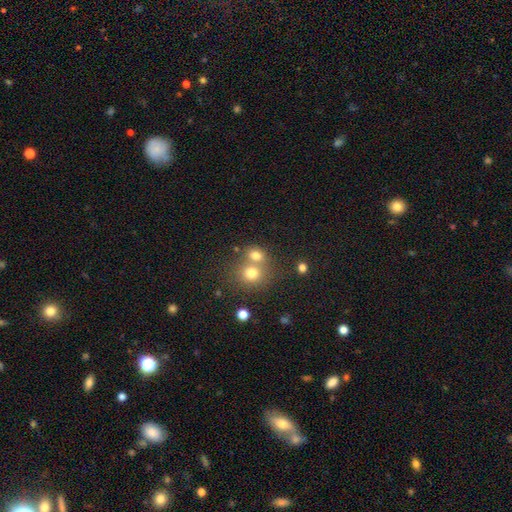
Smooth or featured? smooth (90%)
How rounded? in between (57%)
Merging? none (51%)